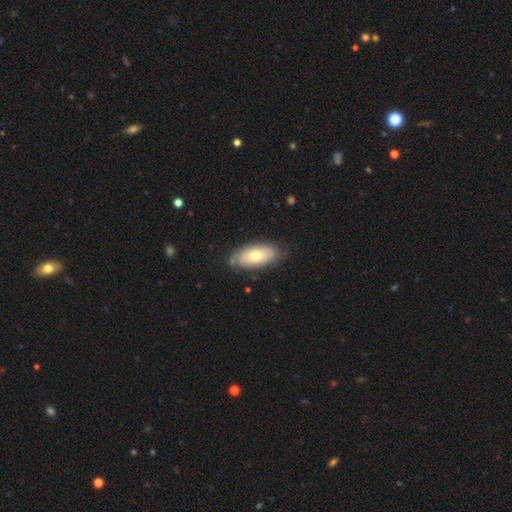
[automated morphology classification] Q: Smooth or featured?
A: smooth (71%); runner-up: featured or disk (22%)
Q: How rounded?
A: in between (89%); runner-up: cigar-shaped (8%)
Q: Merging?
A: none (77%); runner-up: minor disturbance (17%)